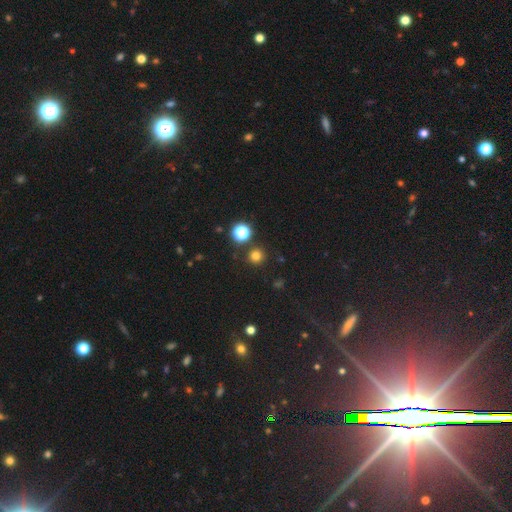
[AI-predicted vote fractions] Overall: smooth (76%). How rounded: round (95%). Merging: none (88%).